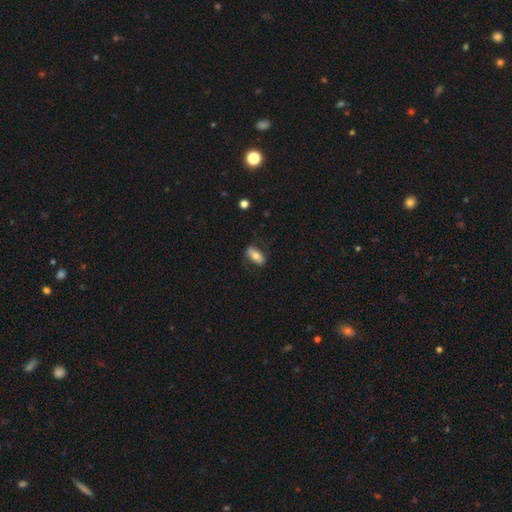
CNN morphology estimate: A smooth galaxy with no disk features (65%) that is in between round and cigar-shaped (79%). Merging: none (76%).